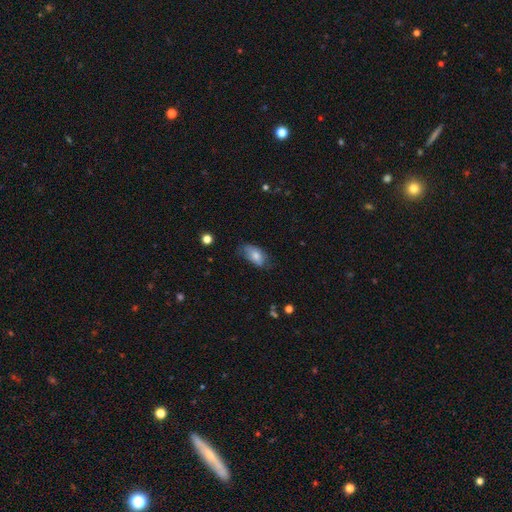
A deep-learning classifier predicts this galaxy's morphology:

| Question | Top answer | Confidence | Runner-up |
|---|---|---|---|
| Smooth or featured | smooth | 70% | featured or disk (22%) |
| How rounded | in between | 90% | round (5%) |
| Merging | none | 51% | minor disturbance (35%) |